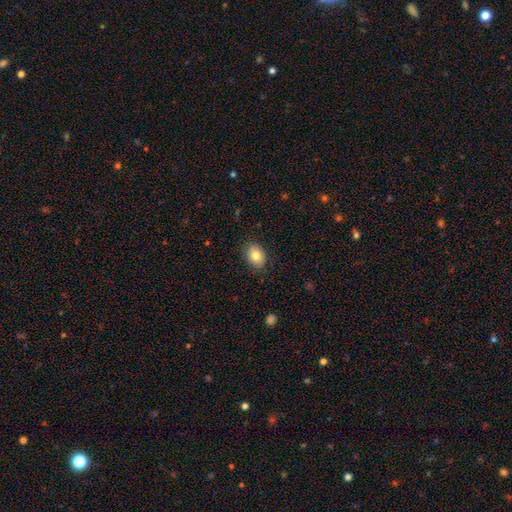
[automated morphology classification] A smooth galaxy with no disk features (82%) that is in between round and cigar-shaped (70%).

Vote fractions:
- Smooth or featured? smooth: 82% / featured or disk: 10% / star or artifact: 8%
- How rounded? in between: 70% / round: 29% / cigar-shaped: 1%
- Merging? none: 86% / minor disturbance: 11% / major disturbance: 3% / merger: 1%